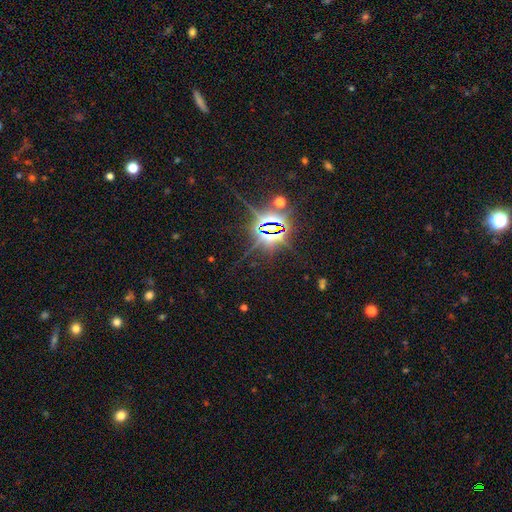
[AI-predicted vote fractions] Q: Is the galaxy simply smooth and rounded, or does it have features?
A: star or artifact — 85%.